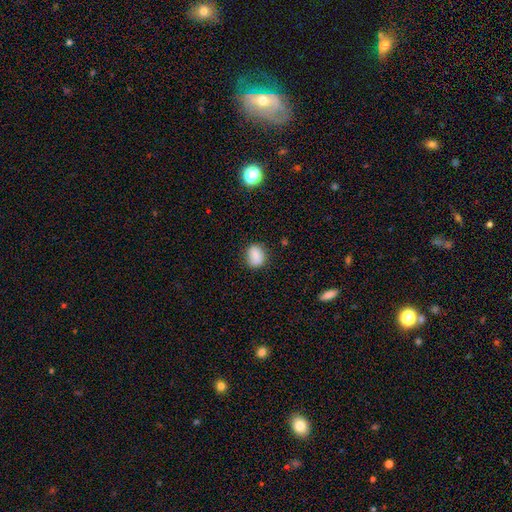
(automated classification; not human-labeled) Smooth or featured? Predicted: smooth (p=0.81). How rounded? Predicted: in between (p=0.53). Merging? Predicted: none (p=0.78).